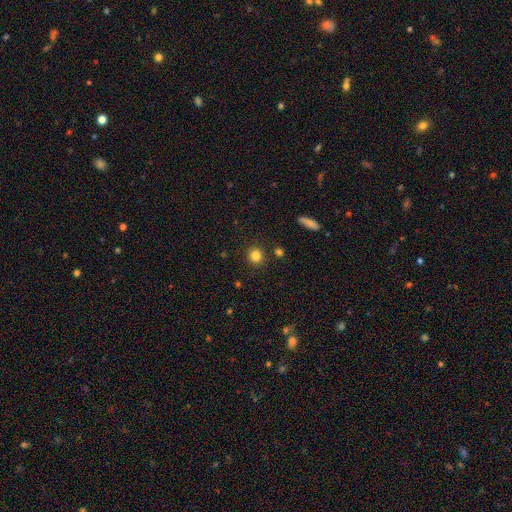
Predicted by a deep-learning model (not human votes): Smooth or featured?
  - smooth: 82% *
  - star or artifact: 12%
  - featured or disk: 6%
How rounded?
  - round: 87% *
  - in between: 12%
  - cigar-shaped: 1%
Merging?
  - none: 88% *
  - minor disturbance: 7%
  - merger: 3%
  - major disturbance: 2%